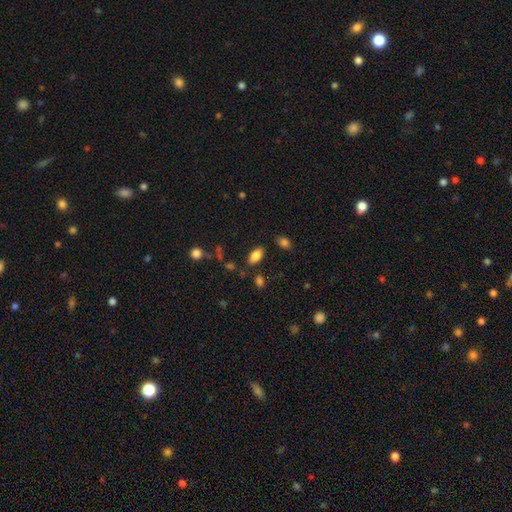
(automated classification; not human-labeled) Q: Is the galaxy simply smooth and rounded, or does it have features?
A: smooth — 84%.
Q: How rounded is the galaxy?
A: in between — 92%.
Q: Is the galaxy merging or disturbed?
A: none — 82%.